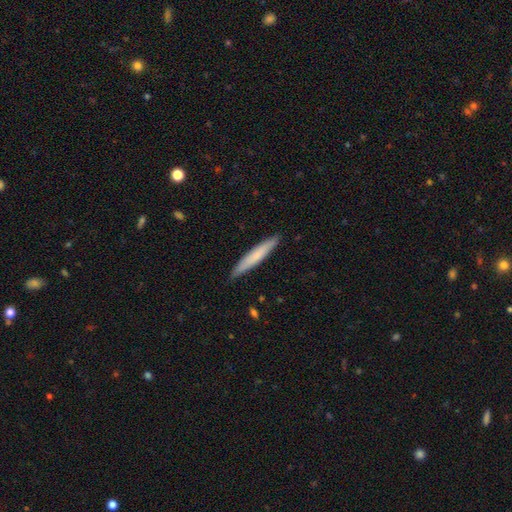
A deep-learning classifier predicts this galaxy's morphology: Overall: smooth (69%). How rounded: cigar-shaped (95%). Merging: none (90%).